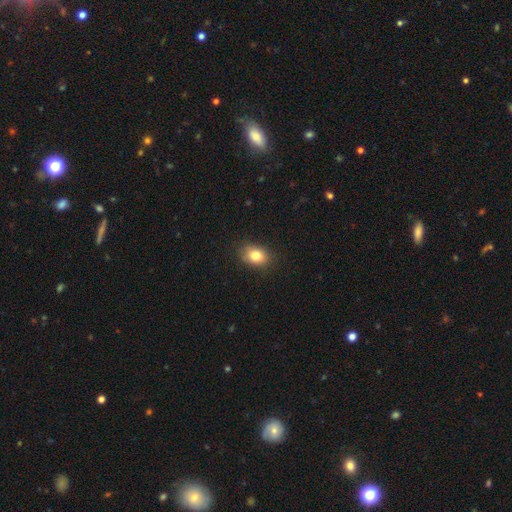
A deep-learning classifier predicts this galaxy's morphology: smooth 81%, star or artifact 10%, featured or disk 9%. Down the decision tree: how rounded — in between (70%); merging — none (84%).